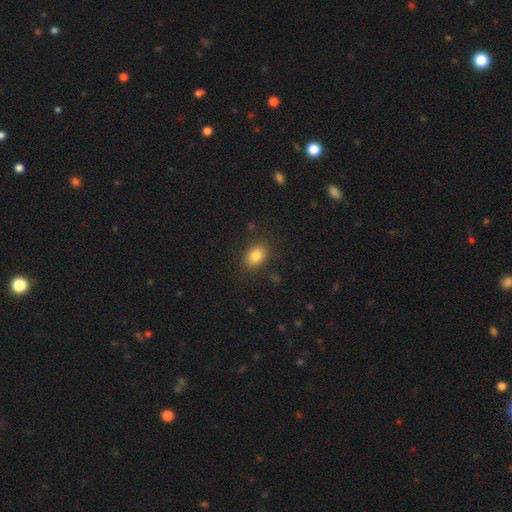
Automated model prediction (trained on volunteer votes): This is clearly a smooth galaxy (83%). How rounded: likely in between (75%). Merging: clearly none (84%).